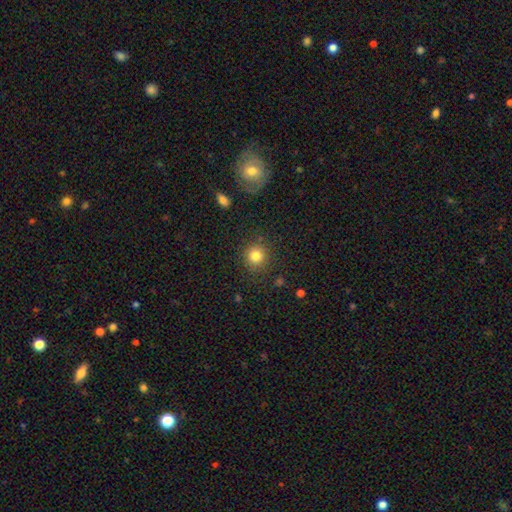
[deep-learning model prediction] smooth 83%, star or artifact 12%, featured or disk 6%. Down the decision tree: how rounded — round (91%); merging — none (87%).